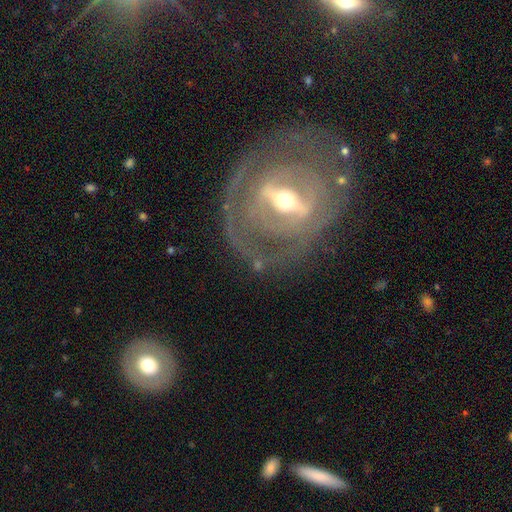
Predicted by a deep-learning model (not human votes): Smooth or featured? featured or disk (83%)
Edge-on disk? no (90%)
Bar? strong (57%)
Spiral arms? yes (65%)
Bulge size? moderate (63%)
Merging? none (64%)